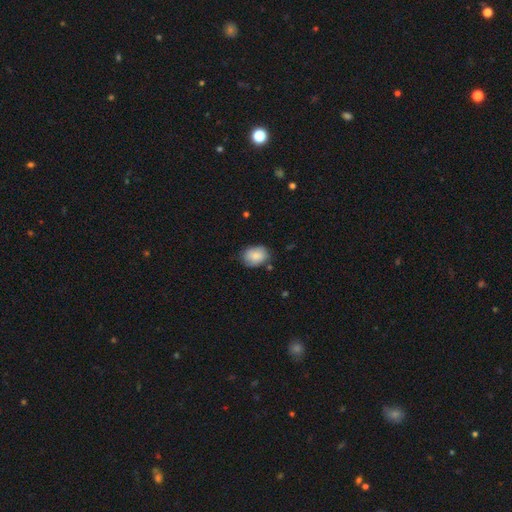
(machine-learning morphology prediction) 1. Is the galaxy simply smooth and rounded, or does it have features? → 83% smooth, 10% featured or disk, 7% star or artifact.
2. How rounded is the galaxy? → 68% in between, 31% round, 1% cigar-shaped.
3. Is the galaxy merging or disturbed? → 72% none, 21% minor disturbance, 4% major disturbance, 3% merger.